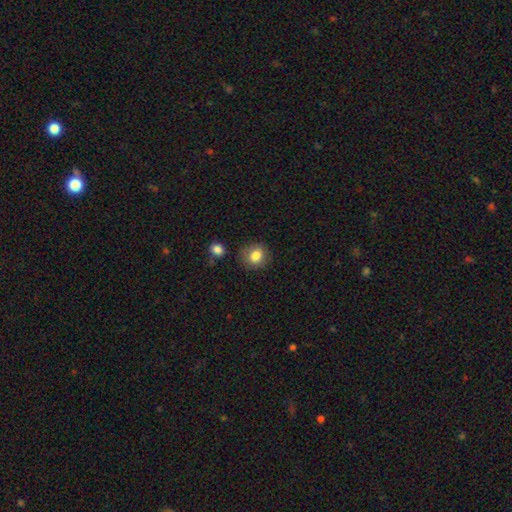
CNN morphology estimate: Smooth or featured? smooth (84%)
How rounded? round (83%)
Merging? none (83%)